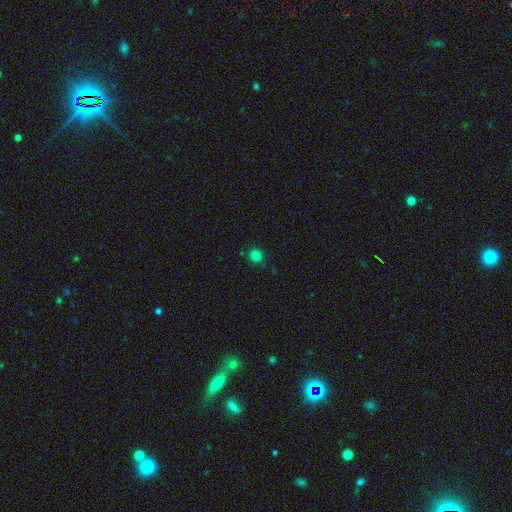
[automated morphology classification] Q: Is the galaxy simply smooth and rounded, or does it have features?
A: smooth — 80%.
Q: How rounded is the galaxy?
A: round — 91%.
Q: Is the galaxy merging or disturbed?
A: none — 85%.